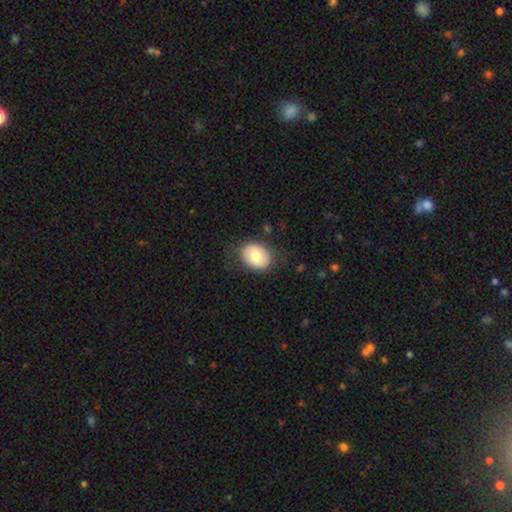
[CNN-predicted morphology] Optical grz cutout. It shows a smooth galaxy with no disk features (72%) that is in between round and cigar-shaped (65%). Merging: none (79%).